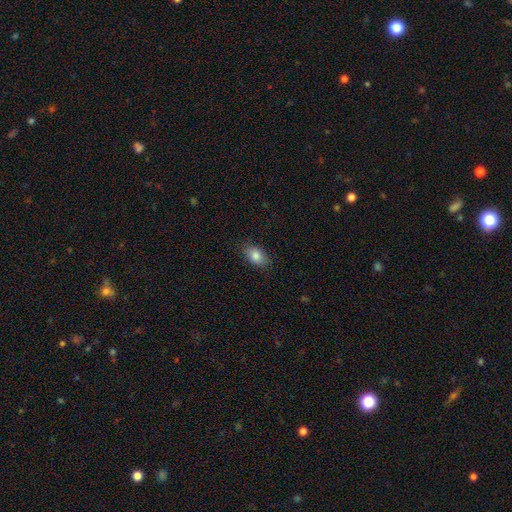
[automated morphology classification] This appears to be a smooth galaxy with no disk features (85%) that is in between round and cigar-shaped (88%). Merging: none (84%).